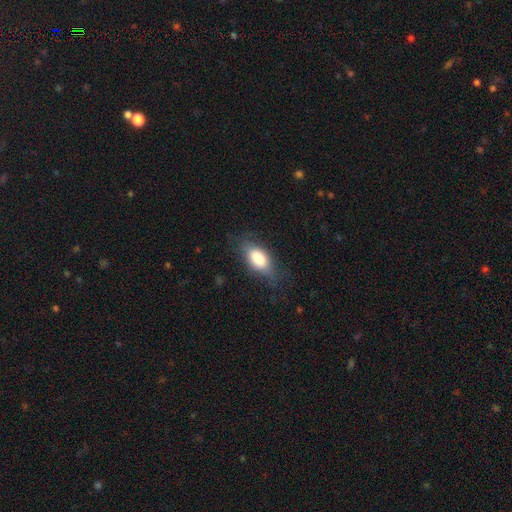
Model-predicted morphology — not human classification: The model was most divided on "merging": none: 71%, minor disturbance: 21%, major disturbance: 7%, merger: 1%. More confident: how rounded — in between (85%); smooth or featured — smooth (79%).